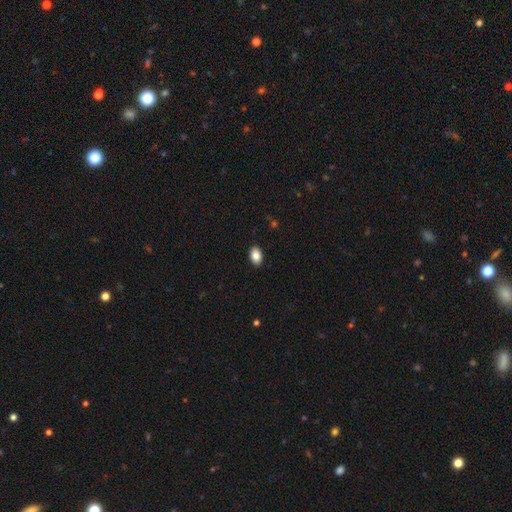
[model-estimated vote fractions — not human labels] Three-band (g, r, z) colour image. It shows a smooth galaxy with no disk features (86%) that is in between round and cigar-shaped (87%). Merging: none (90%).